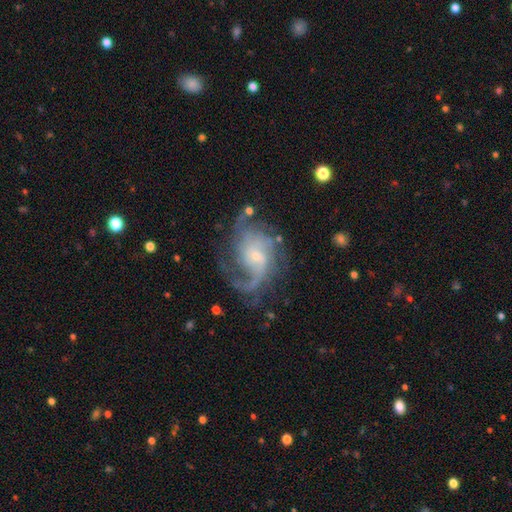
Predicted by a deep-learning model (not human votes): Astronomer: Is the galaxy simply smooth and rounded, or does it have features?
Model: featured or disk — 88%.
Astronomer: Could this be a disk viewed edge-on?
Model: no — 98%.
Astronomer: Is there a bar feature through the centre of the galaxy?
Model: no — 62%.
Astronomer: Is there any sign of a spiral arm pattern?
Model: yes — 96%.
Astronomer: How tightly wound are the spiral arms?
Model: medium — 47% (runner-up: loose, 27%).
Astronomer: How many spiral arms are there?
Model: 2 — 30% (runner-up: 3, 23%).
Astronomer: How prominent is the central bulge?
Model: small — 74%.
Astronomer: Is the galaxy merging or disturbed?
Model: none — 62%.